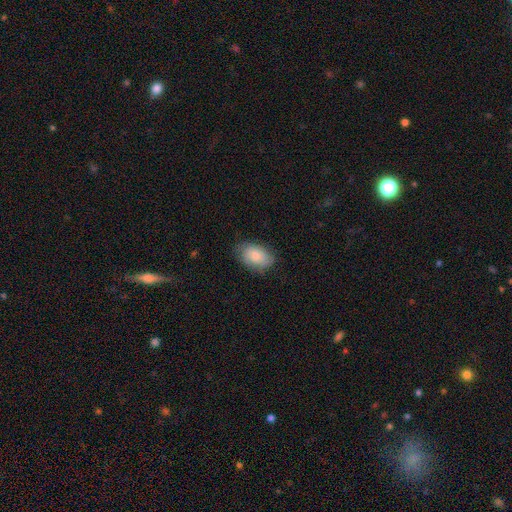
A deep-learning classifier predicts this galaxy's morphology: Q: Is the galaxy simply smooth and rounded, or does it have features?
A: smooth — 79%.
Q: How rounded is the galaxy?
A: in between — 90%.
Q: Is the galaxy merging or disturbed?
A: none — 73%.